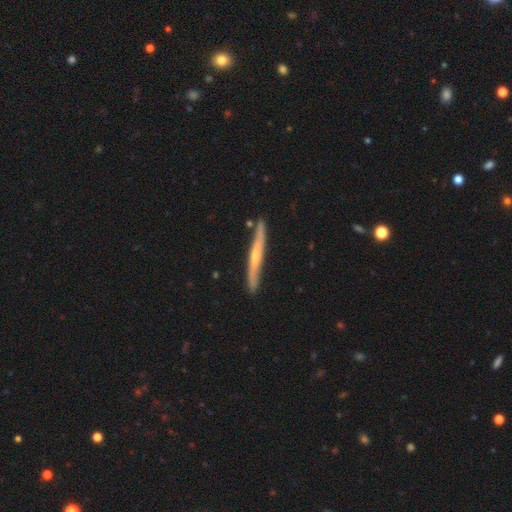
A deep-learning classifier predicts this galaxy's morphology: Smooth or featured? featured or disk (63%)
Edge-on disk? yes (94%)
Edge-on bulge? rounded (51%)
Merging? none (84%)